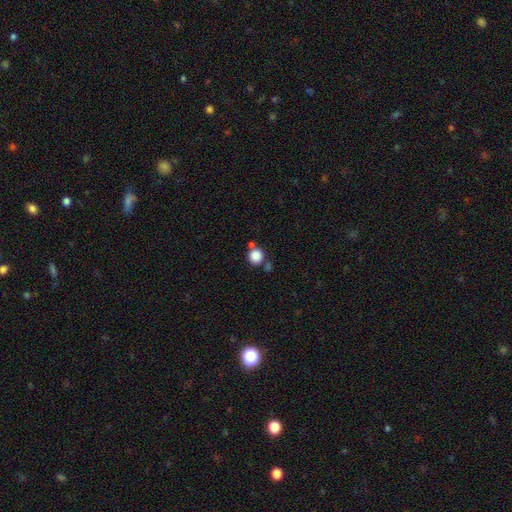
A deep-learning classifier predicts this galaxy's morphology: Overall: smooth (85%). How rounded: round (91%). Merging: none (71%).